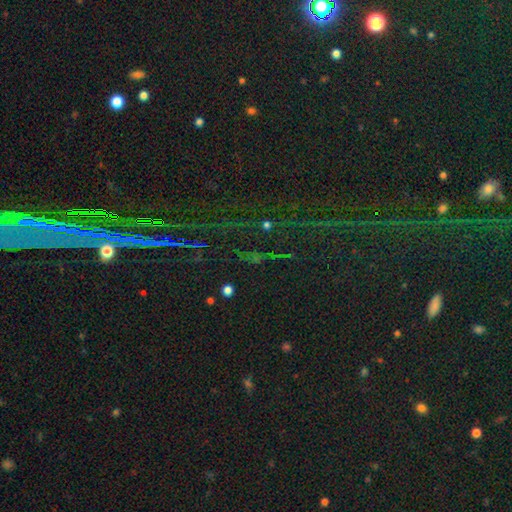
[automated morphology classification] The model was most divided on "smooth or featured": star or artifact: 80%, smooth: 10%, featured or disk: 10%.